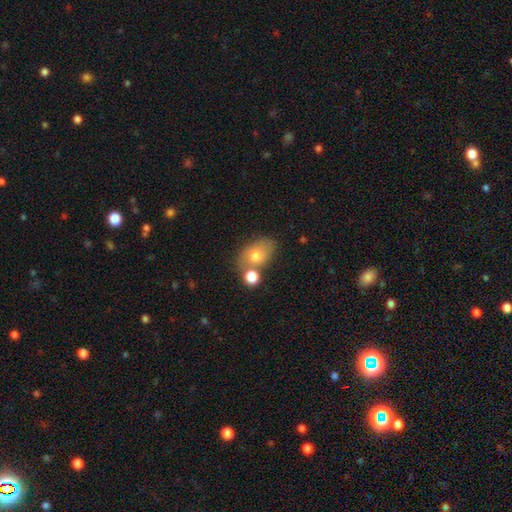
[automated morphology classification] The model was most divided on "merging": none: 53%, merger: 25%, minor disturbance: 16%, major disturbance: 6%. More confident: how rounded — in between (77%); smooth or featured — smooth (72%).